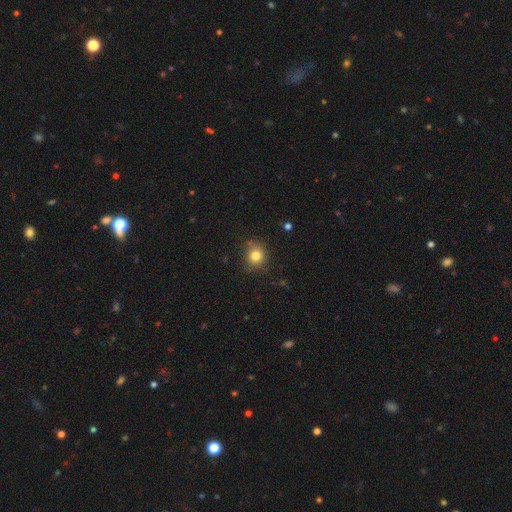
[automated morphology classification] smooth-or-featured: smooth: 81% | star or artifact: 12% | featured or disk: 7%
  how-rounded: round: 82% | in between: 17% | cigar-shaped: 1%
  merging: none: 78% | minor disturbance: 15% | major disturbance: 3% | merger: 3%